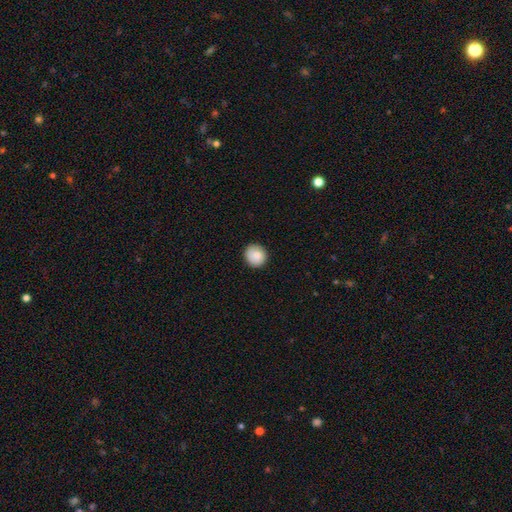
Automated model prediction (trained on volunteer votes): smooth-or-featured: smooth: 84% | featured or disk: 8% | star or artifact: 8%
  how-rounded: round: 90% | in between: 9% | cigar-shaped: 1%
  merging: none: 89% | minor disturbance: 8% | major disturbance: 2% | merger: 1%